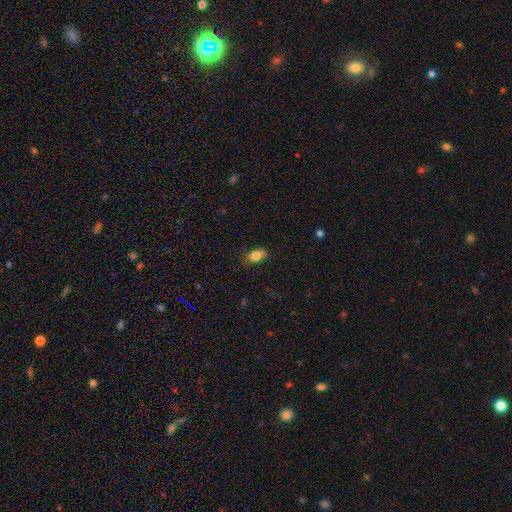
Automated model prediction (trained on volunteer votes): Smooth or featured? Predicted: smooth (p=0.83). How rounded? Predicted: in between (p=0.84). Merging? Predicted: none (p=0.74).